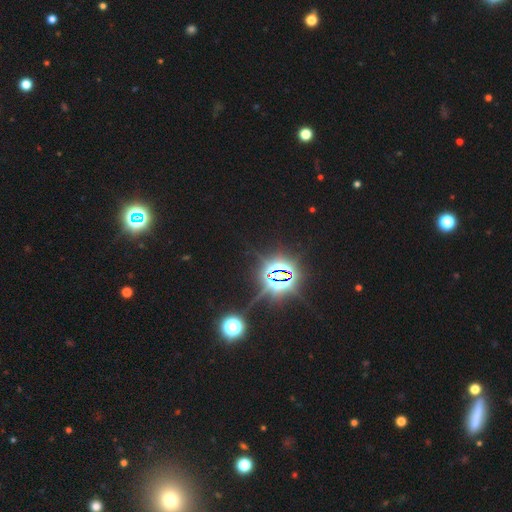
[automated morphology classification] Smooth or featured?
  - star or artifact: 82% *
  - smooth: 11%
  - featured or disk: 7%